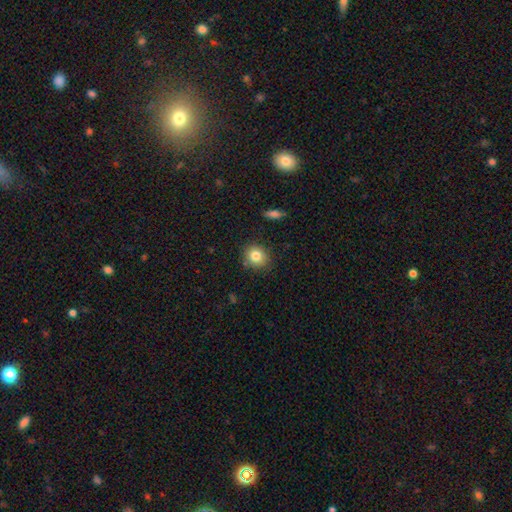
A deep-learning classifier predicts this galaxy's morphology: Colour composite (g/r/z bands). It shows a smooth galaxy with no disk features (82%) that is round (81%). Merging: none (86%).